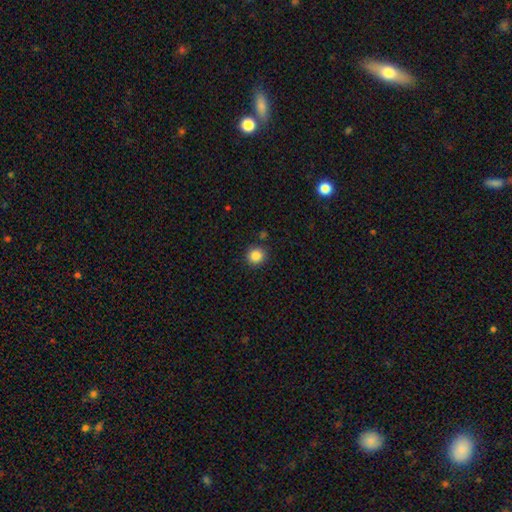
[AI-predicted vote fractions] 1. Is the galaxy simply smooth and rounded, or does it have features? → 86% smooth, 10% star or artifact, 4% featured or disk.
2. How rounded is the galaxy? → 91% round, 9% in between, 1% cigar-shaped.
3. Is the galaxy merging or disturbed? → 88% none, 7% minor disturbance, 3% merger, 2% major disturbance.